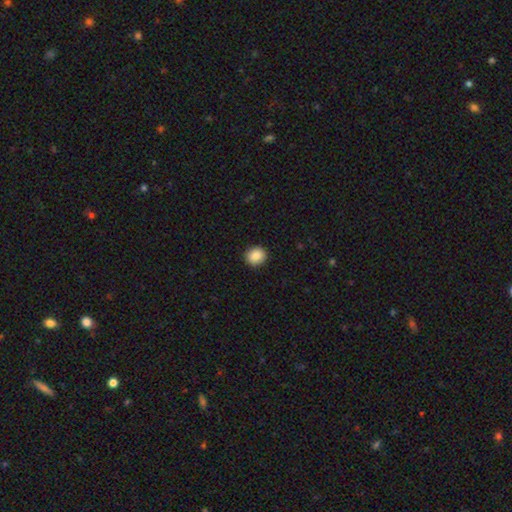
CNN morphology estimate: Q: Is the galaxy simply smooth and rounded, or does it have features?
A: smooth — 87%.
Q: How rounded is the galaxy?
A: round — 81%.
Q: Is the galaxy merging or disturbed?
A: none — 91%.